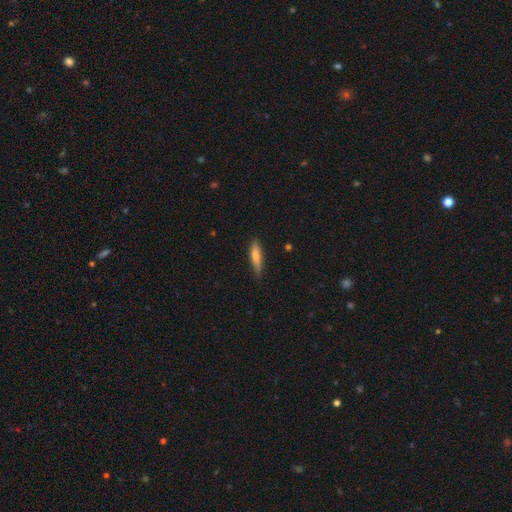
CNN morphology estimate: smooth_or_featured: smooth (p=0.68) [alt: featured or disk p=0.26]
how_rounded: cigar-shaped (p=0.78) [alt: in between p=0.21]
merging: none (p=0.80) [alt: minor disturbance p=0.16]